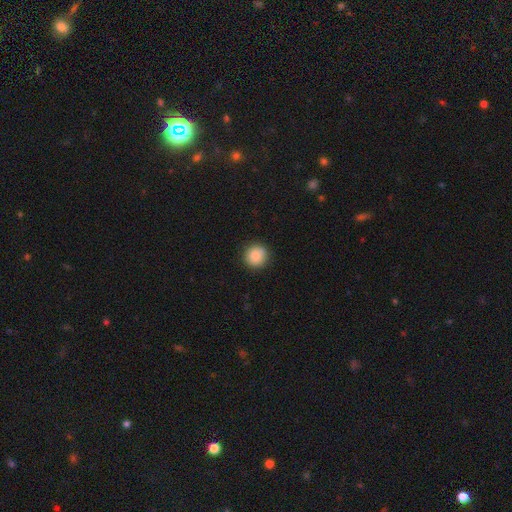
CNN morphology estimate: The model was most divided on "merging": none: 83%, minor disturbance: 10%, merger: 4%, major disturbance: 2%. More confident: how rounded — round (94%); smooth or featured — smooth (84%).